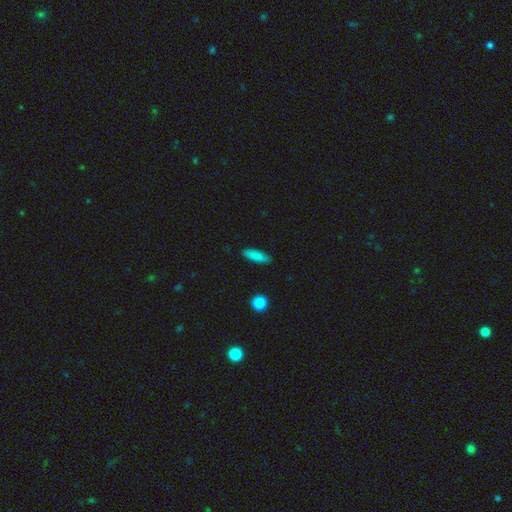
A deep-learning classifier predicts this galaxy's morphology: Smooth or featured?
  - smooth: 86% *
  - star or artifact: 8%
  - featured or disk: 6%
How rounded?
  - in between: 54% *
  - cigar-shaped: 44%
  - round: 2%
Merging?
  - none: 88% *
  - minor disturbance: 9%
  - major disturbance: 2%
  - merger: 1%